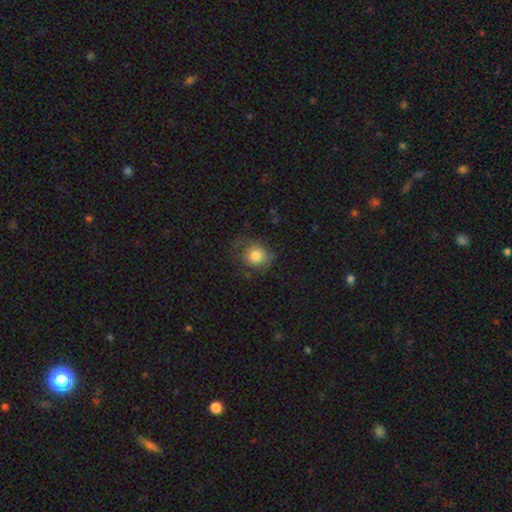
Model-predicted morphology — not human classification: Smooth or featured? Predicted: smooth (p=0.76). How rounded? Predicted: round (p=0.77). Merging? Predicted: none (p=0.56).